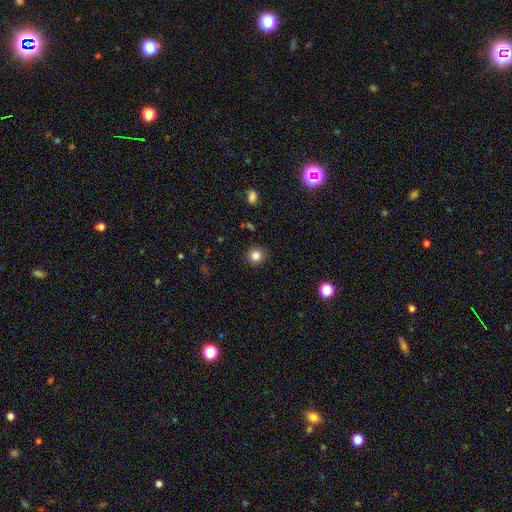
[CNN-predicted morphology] A smooth galaxy with no disk features (83%) that is round (94%).

Vote fractions:
- Smooth or featured? smooth: 83% / star or artifact: 12% / featured or disk: 5%
- How rounded? round: 94% / in between: 5% / cigar-shaped: 1%
- Merging? none: 92% / minor disturbance: 5% / major disturbance: 2% / merger: 1%